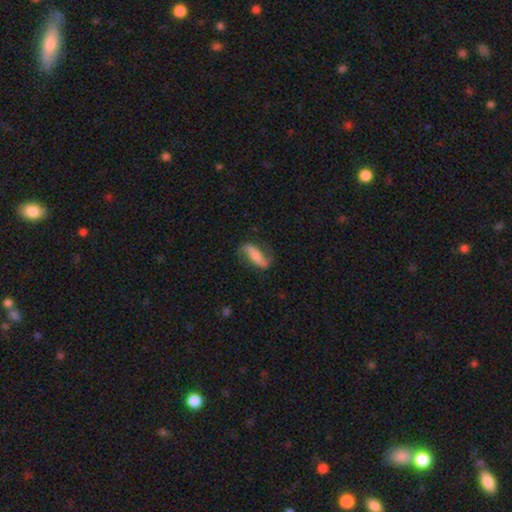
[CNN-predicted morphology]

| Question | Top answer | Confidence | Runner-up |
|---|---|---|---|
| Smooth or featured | featured or disk | 64% | smooth (28%) |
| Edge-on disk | no | 88% | yes (12%) |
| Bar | strong | 43% | no (31%) |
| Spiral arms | yes | 91% | no (9%) |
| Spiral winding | loose | 73% | medium (19%) |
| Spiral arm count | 2 | 89% | 1 (5%) |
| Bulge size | none | 47% | small (21%) |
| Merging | none | 67% | minor disturbance (20%) |